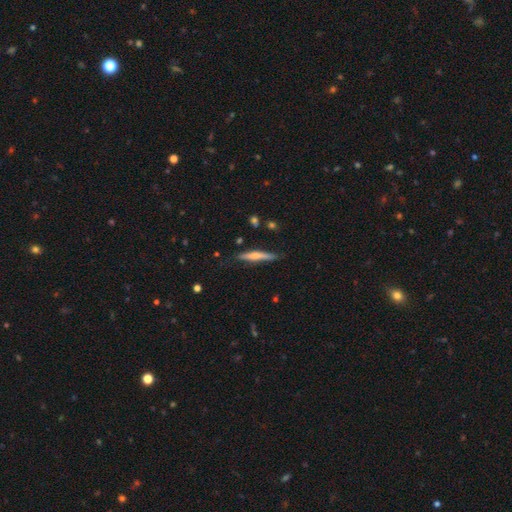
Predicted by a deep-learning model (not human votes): Q: Smooth or featured?
A: featured or disk (47%); tied with: smooth (47%)
Q: Merging?
A: none (81%); runner-up: minor disturbance (14%)